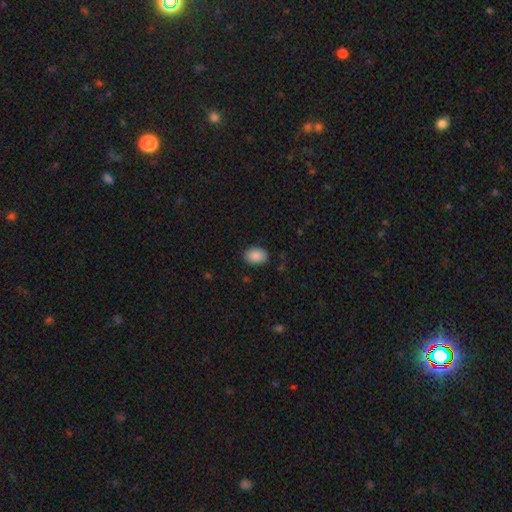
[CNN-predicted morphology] The model was most divided on "how rounded": in between: 79%, round: 20%, cigar-shaped: 1%. More confident: smooth or featured — smooth (88%); merging — none (87%).